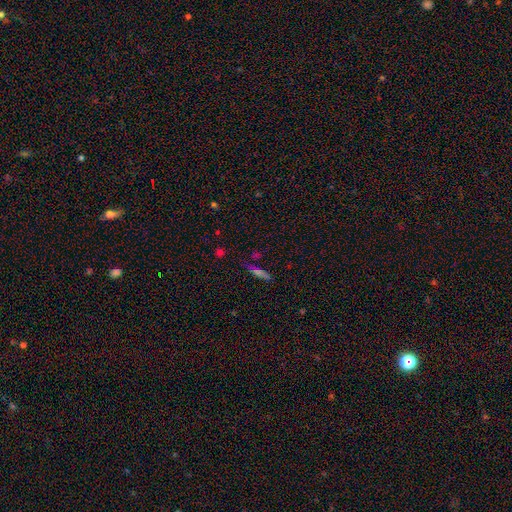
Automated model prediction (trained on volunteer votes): Smooth or featured? Predicted: smooth (p=0.49). Merging? Predicted: none (p=0.75).